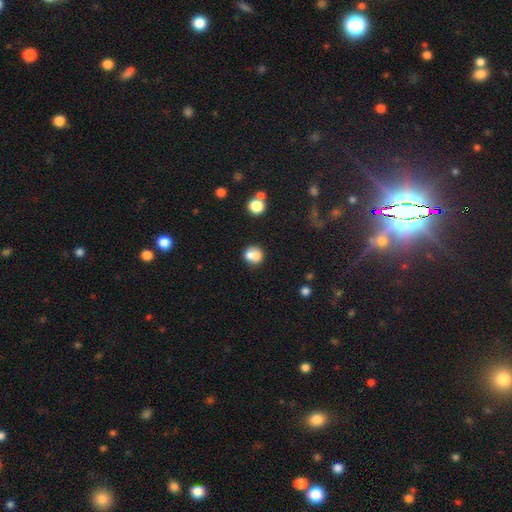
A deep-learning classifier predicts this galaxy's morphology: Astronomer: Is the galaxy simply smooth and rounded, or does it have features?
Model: smooth — 71%.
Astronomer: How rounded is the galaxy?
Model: round — 75%.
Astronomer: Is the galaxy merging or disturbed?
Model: merger — 50% (runner-up: none, 37%).